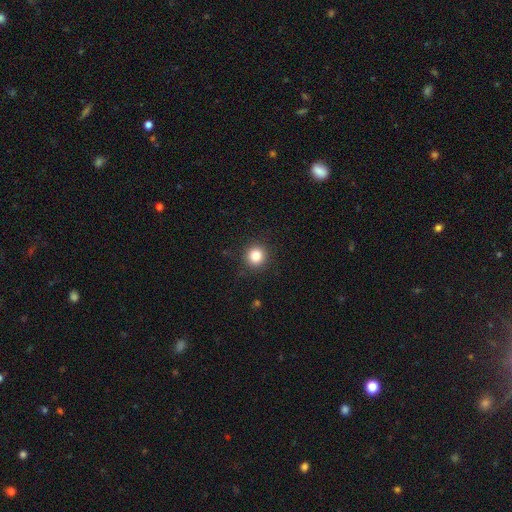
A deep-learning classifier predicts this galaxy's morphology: Smooth or featured?
  - smooth: 83% *
  - star or artifact: 12%
  - featured or disk: 6%
How rounded?
  - round: 93% *
  - in between: 6%
  - cigar-shaped: 1%
Merging?
  - none: 90% *
  - minor disturbance: 6%
  - major disturbance: 2%
  - merger: 1%